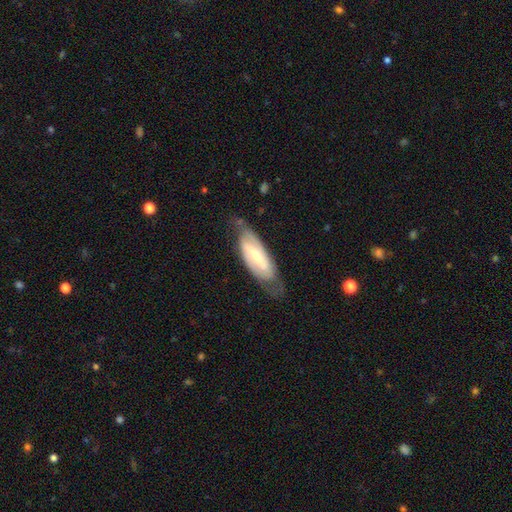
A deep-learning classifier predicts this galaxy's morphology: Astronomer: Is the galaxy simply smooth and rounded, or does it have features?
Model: featured or disk — 75%.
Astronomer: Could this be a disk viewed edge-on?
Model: no — 88%.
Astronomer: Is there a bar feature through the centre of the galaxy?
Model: strong — 50% (runner-up: weak, 34%).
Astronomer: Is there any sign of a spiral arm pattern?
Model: yes — 83%.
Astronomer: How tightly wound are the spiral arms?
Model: medium — 40% (runner-up: tight, 38%).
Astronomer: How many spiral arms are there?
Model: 2 — 79%.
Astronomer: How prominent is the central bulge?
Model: small — 52% (runner-up: moderate, 43%).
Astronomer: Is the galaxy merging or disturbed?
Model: none — 67%.